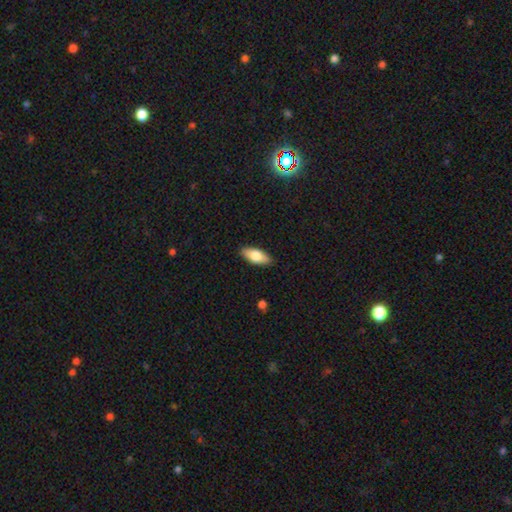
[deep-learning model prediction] Smooth or featured?
  - smooth: 76% *
  - featured or disk: 19%
  - star or artifact: 6%
How rounded?
  - in between: 84% *
  - cigar-shaped: 14%
  - round: 2%
Merging?
  - none: 88% *
  - minor disturbance: 9%
  - major disturbance: 2%
  - merger: 1%